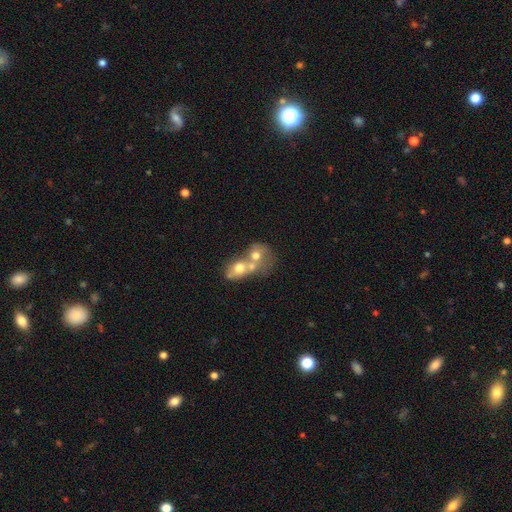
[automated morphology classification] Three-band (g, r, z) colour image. It shows a smooth galaxy with no disk features (56%) that is round (59%). Merging: merger (74%).